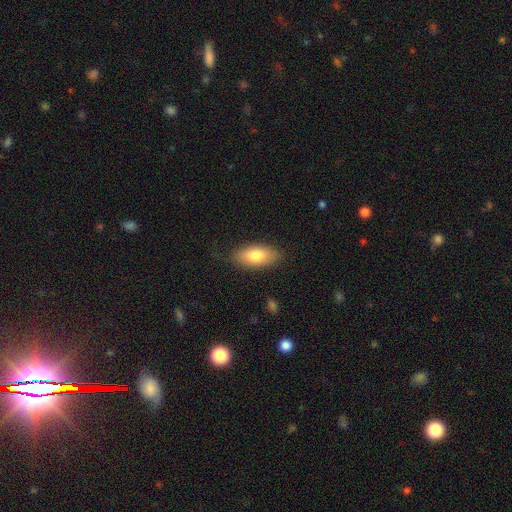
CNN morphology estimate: Smooth or featured: smooth — 79% (featured or disk — 14%)
How rounded: in between — 88% (cigar-shaped — 9%)
Merging: none — 83% (minor disturbance — 13%)